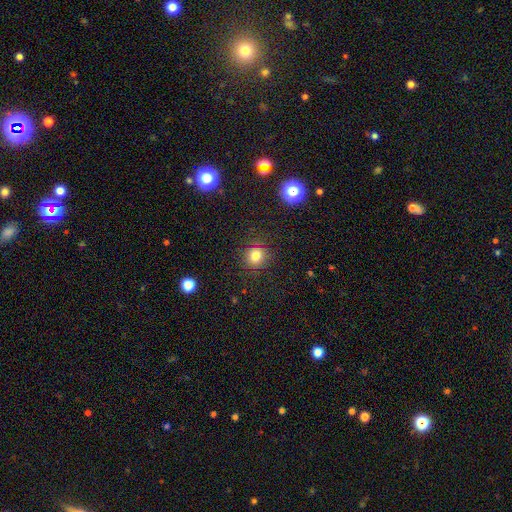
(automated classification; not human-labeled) Q: Smooth or featured?
A: smooth (79%); runner-up: star or artifact (15%)
Q: How rounded?
A: round (90%); runner-up: in between (9%)
Q: Merging?
A: none (88%); runner-up: minor disturbance (8%)